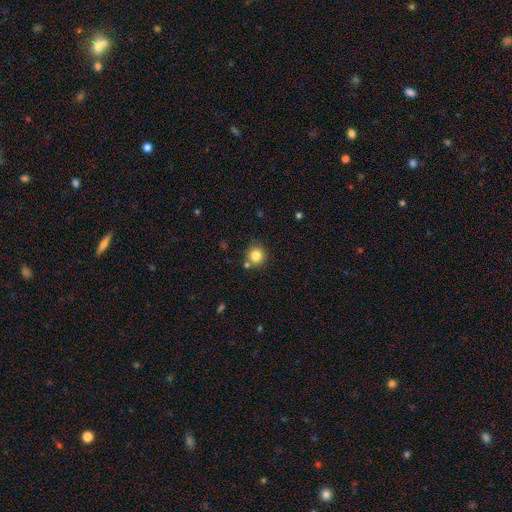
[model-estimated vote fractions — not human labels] This appears to be a smooth galaxy with no disk features (82%) that is round (89%). Merging: none (77%).